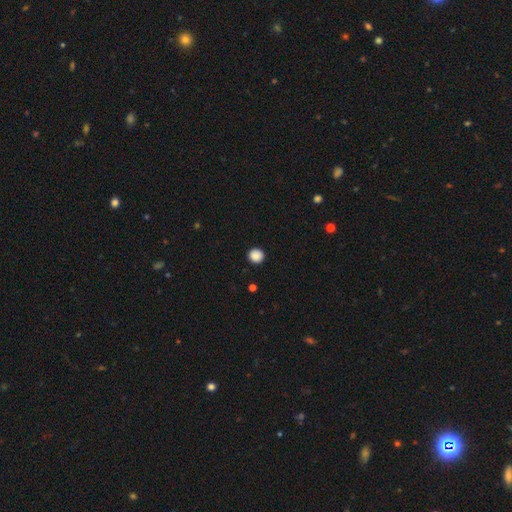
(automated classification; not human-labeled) smooth_or_featured: smooth (p=0.89) [alt: star or artifact p=0.09]
how_rounded: round (p=0.93) [alt: in between p=0.06]
merging: none (p=0.93) [alt: minor disturbance p=0.05]